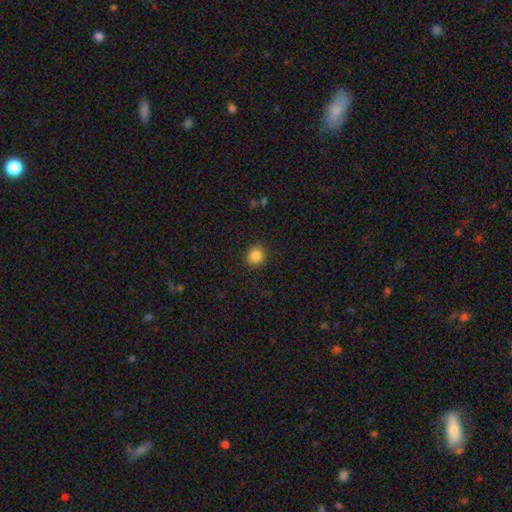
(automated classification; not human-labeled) Smooth or featured? smooth (86%)
How rounded? round (84%)
Merging? none (90%)